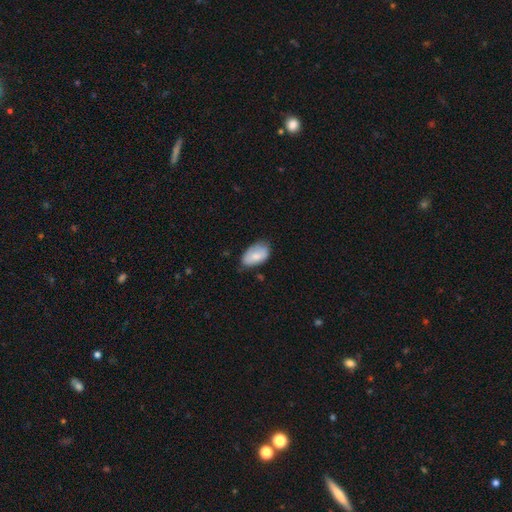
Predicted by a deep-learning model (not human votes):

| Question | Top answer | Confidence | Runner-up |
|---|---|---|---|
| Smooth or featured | smooth | 76% | featured or disk (17%) |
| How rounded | in between | 93% | round (5%) |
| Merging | none | 61% | minor disturbance (31%) |